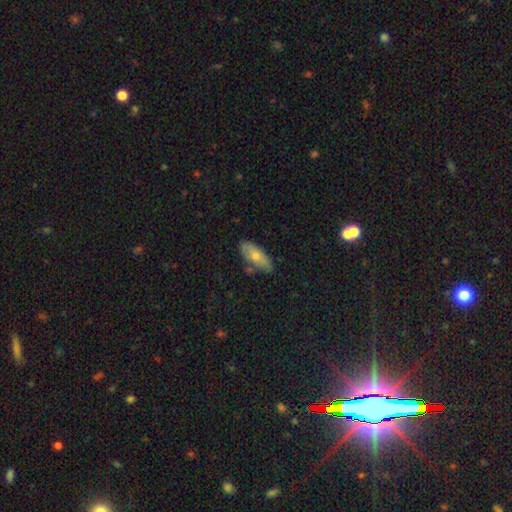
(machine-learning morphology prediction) Overall: smooth (62%; featured or disk 30%). How rounded: in between (76%). Merging: none (75%).